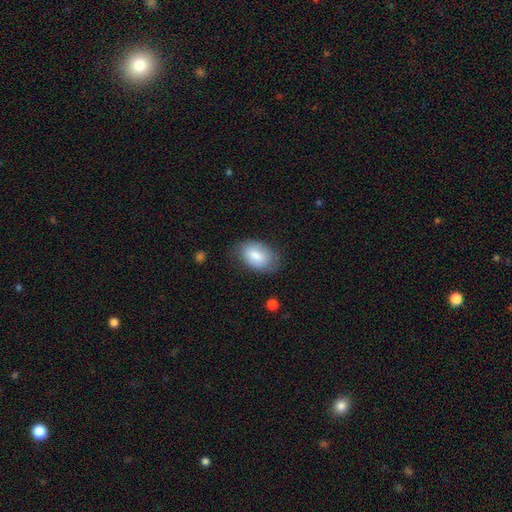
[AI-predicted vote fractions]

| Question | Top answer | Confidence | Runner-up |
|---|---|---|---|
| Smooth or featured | smooth | 82% | featured or disk (11%) |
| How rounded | in between | 89% | round (10%) |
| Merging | none | 72% | minor disturbance (21%) |